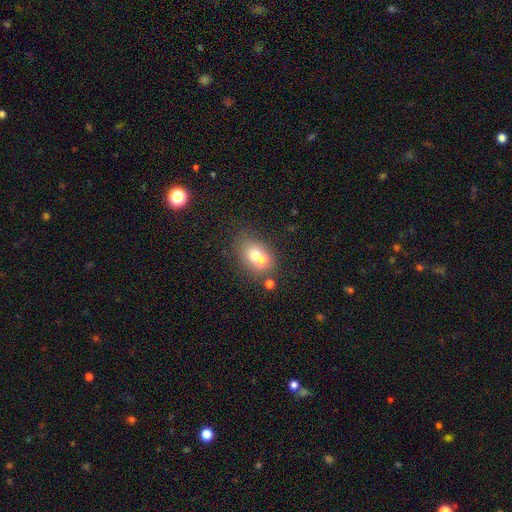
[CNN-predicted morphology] Smooth or featured? Predicted: smooth (p=0.64). How rounded? Predicted: in between (p=0.52). Merging? Predicted: merger (p=0.53).